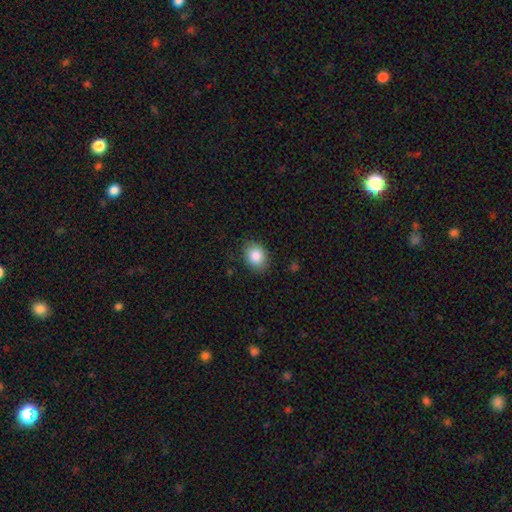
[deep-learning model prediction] Smooth or featured?
  - smooth: 86% *
  - star or artifact: 8%
  - featured or disk: 6%
How rounded?
  - in between: 60% *
  - round: 39%
  - cigar-shaped: 1%
Merging?
  - none: 84% *
  - minor disturbance: 12%
  - major disturbance: 3%
  - merger: 1%